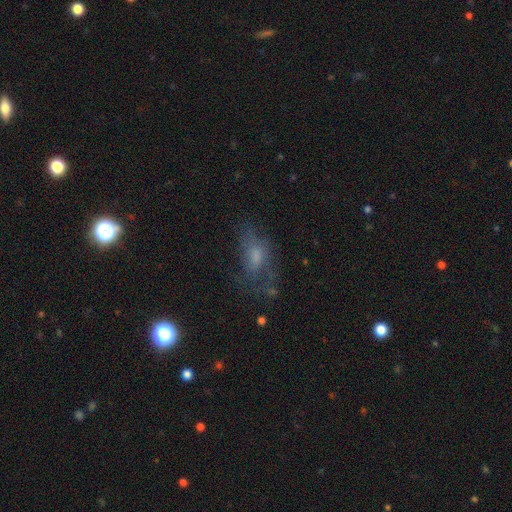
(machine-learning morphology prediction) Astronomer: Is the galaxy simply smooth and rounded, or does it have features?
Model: smooth — 42% (runner-up: featured or disk, 38%).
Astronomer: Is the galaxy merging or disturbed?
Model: none — 52%.